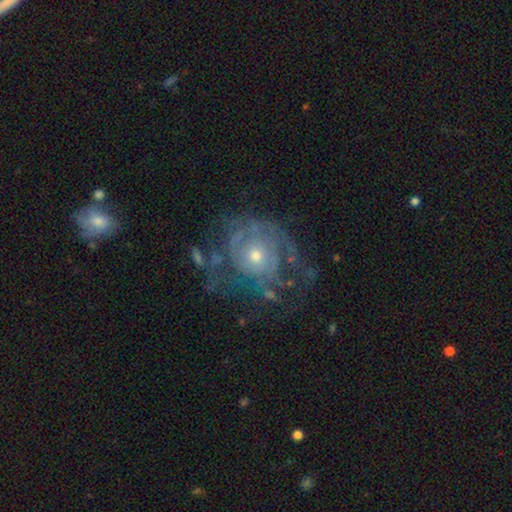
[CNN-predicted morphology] Smooth or featured? featured or disk (76%)
Edge-on disk? no (97%)
Bar? no (84%)
Spiral arms? yes (73%)
Spiral winding? tight (65%)
Spiral arm count? can't tell (56%)
Bulge size? small (50%)
Merging? none (56%)